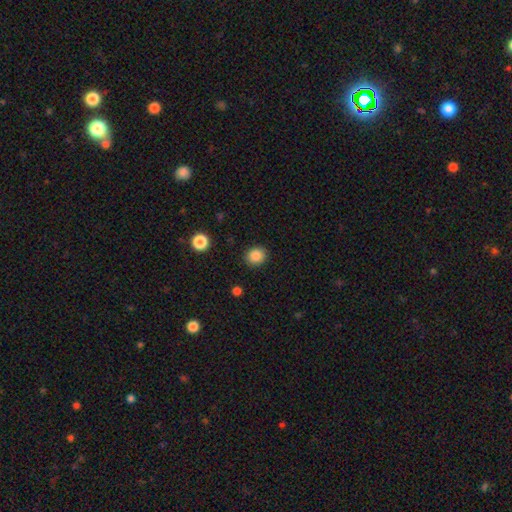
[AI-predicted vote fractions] Smooth or featured: smooth — 87% (star or artifact — 10%)
How rounded: round — 78% (in between — 22%)
Merging: none — 90% (minor disturbance — 7%)